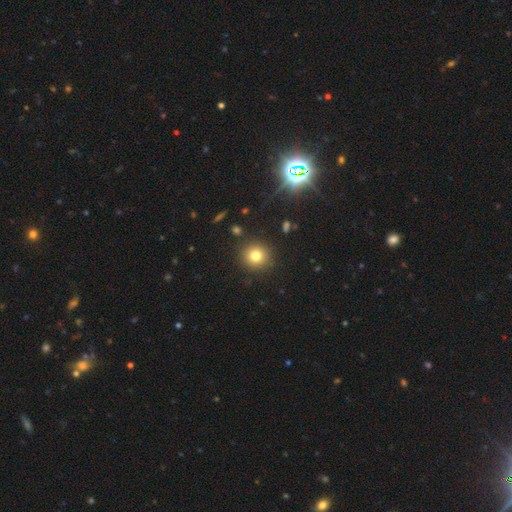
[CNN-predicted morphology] This appears to be a smooth galaxy with no disk features (78%) that is round (92%). Merging: none (89%).